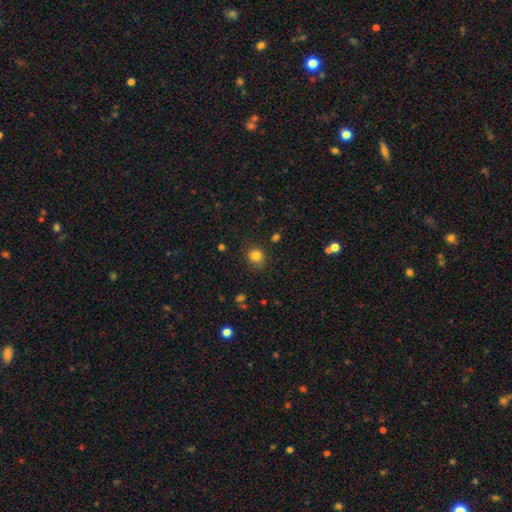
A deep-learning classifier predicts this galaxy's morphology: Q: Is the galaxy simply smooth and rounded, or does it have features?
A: smooth — 82%.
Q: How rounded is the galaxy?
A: round — 85%.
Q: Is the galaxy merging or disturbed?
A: none — 81%.